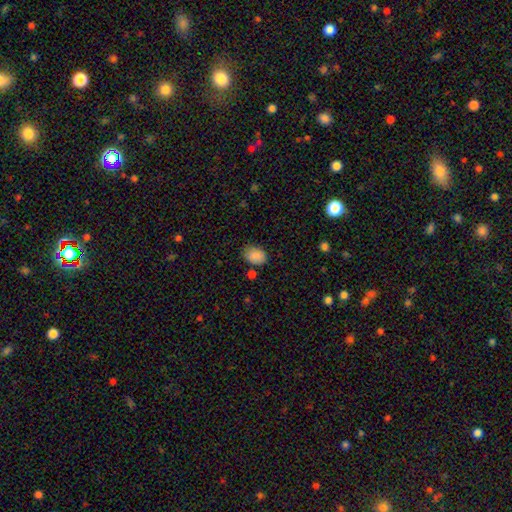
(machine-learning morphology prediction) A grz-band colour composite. It shows a smooth galaxy with no disk features (88%) that is in between round and cigar-shaped (73%). Merging: none (76%).